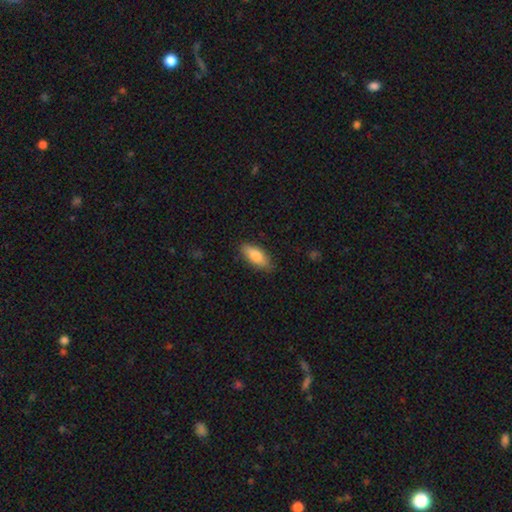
Overall: smooth (92%). How rounded: in between (65%; cigar-shaped 32%). Merging: none (83%).